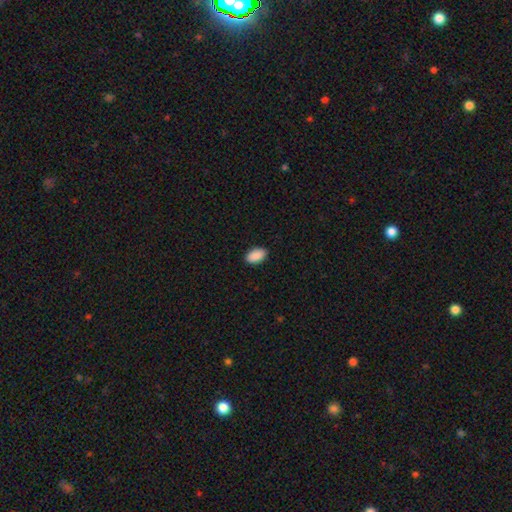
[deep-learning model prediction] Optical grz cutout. It shows a smooth galaxy with no disk features (90%) that is in between round and cigar-shaped (94%). Merging: none (90%).